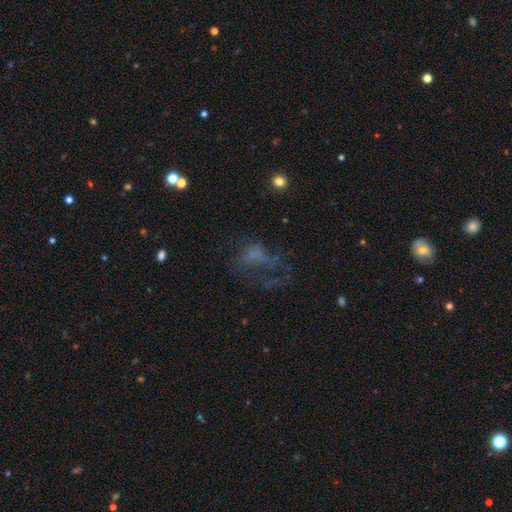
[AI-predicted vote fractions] This is marginally a featured or disk galaxy (39%). Merging: possibly major disturbance (49%).